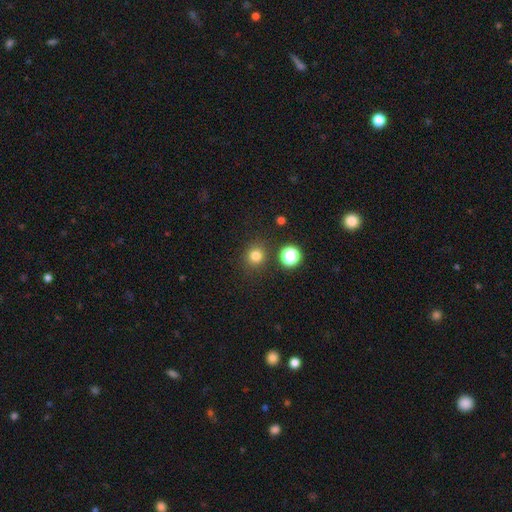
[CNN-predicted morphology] smooth-or-featured: smooth: 78% | star or artifact: 16% | featured or disk: 6%
  how-rounded: round: 88% | in between: 11% | cigar-shaped: 1%
  merging: none: 85% | minor disturbance: 8% | merger: 4% | major disturbance: 3%